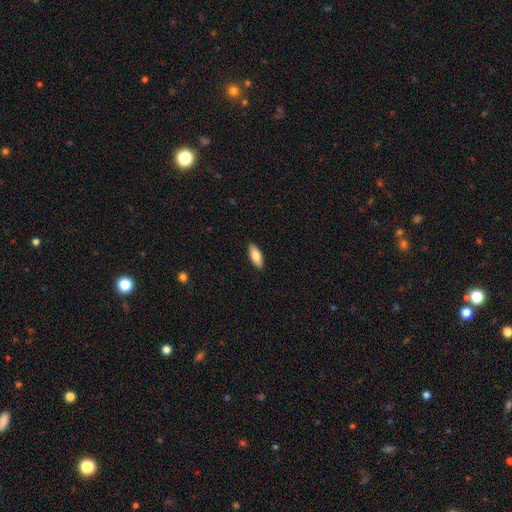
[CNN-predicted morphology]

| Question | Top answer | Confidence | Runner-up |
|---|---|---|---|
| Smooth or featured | smooth | 81% | featured or disk (13%) |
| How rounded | in between | 78% | cigar-shaped (20%) |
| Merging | none | 90% | minor disturbance (8%) |